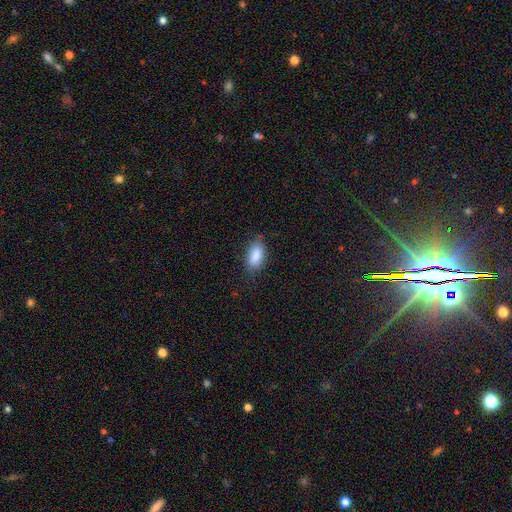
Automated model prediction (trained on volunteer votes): Smooth or featured?
  - smooth: 86% *
  - star or artifact: 7%
  - featured or disk: 7%
How rounded?
  - in between: 89% *
  - cigar-shaped: 7%
  - round: 4%
Merging?
  - none: 76% *
  - minor disturbance: 19%
  - major disturbance: 4%
  - merger: 1%